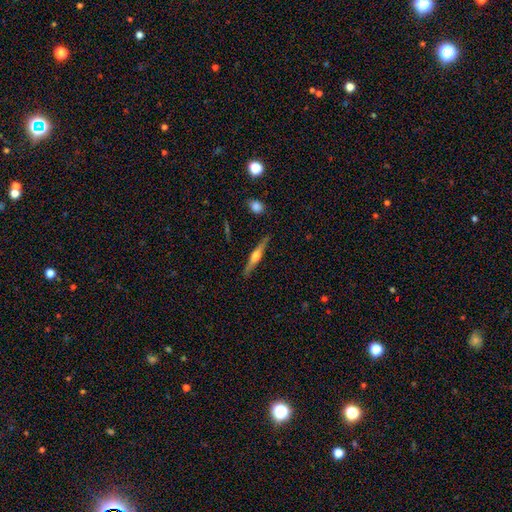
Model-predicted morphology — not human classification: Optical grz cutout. It shows a featured or disk galaxy (67%) viewed edge-on (97%) with a rounded central bulge (90%). Merging: none (89%).